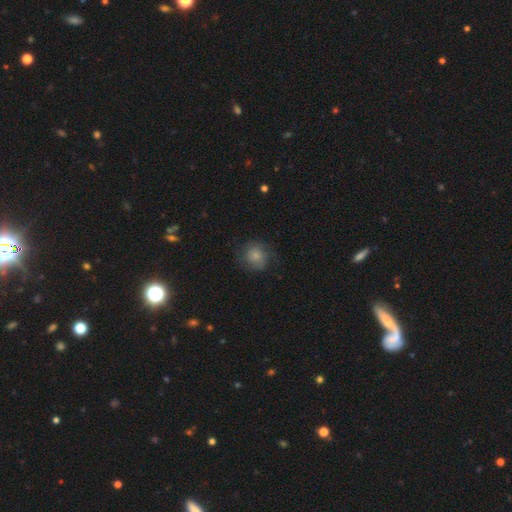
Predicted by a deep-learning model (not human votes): smooth-or-featured: smooth: 71% | featured or disk: 20% | star or artifact: 9%
  how-rounded: round: 87% | in between: 12% | cigar-shaped: 1%
  merging: none: 70% | minor disturbance: 20% | major disturbance: 9% | merger: 1%